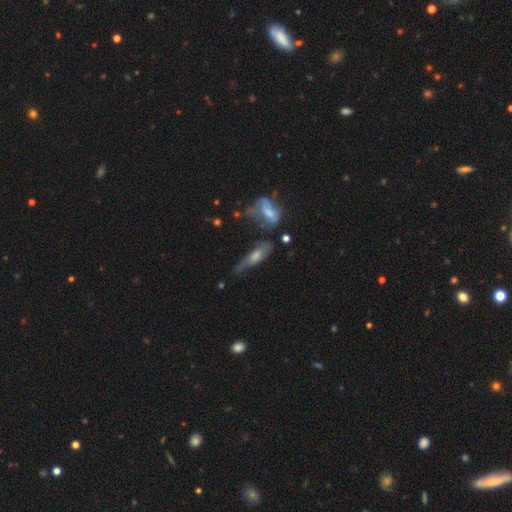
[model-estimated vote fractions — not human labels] featured or disk 51%, smooth 38%, star or artifact 11%. Down the decision tree: edge-on disk — yes (52%); merging — none (41%).